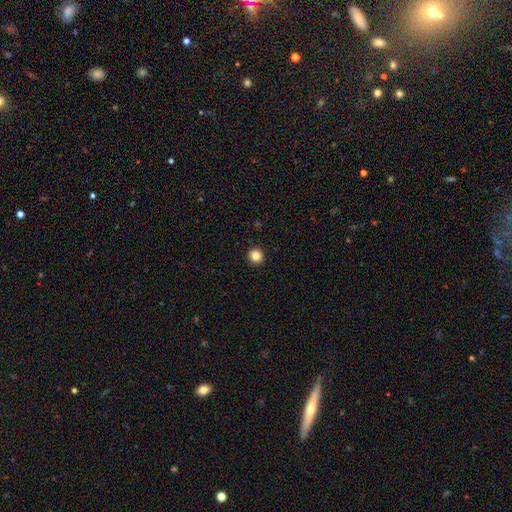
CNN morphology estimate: smooth 83%, star or artifact 12%, featured or disk 5%. Down the decision tree: how rounded — round (94%); merging — none (94%).